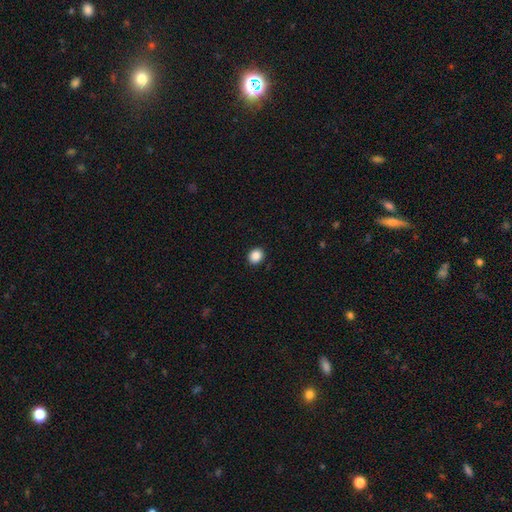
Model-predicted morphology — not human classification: A smooth galaxy with no disk features (88%) that is round (65%). Merging: none (91%).